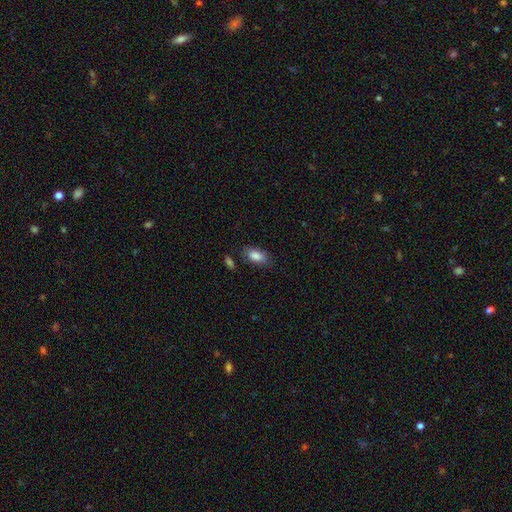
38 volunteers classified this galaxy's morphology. smooth-or-featured: smooth: 92% | star or artifact: 5% | featured or disk: 3%
  how-rounded: in between: 94% | cigar-shaped: 6% | round: 0%
  merging: none: 81% | minor disturbance: 8% | major disturbance: 6% | merger: 6%